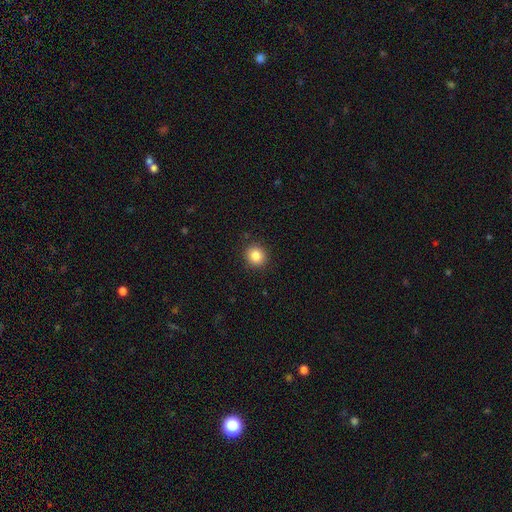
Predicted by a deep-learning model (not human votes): smooth 85%, star or artifact 10%, featured or disk 5%. Down the decision tree: how rounded — round (86%); merging — none (91%).